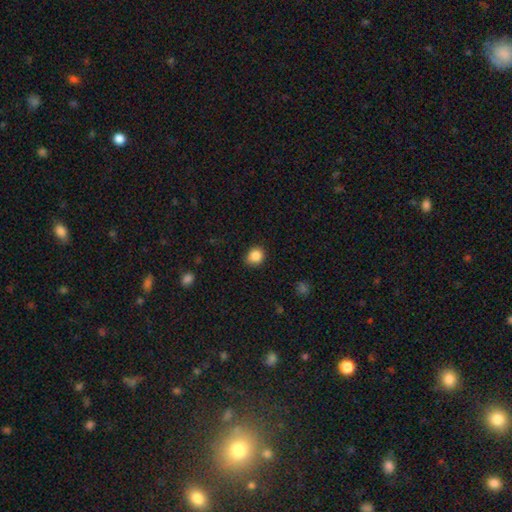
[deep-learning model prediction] This is clearly a smooth galaxy (86%). How rounded: likely round (77%). Merging: clearly none (84%).